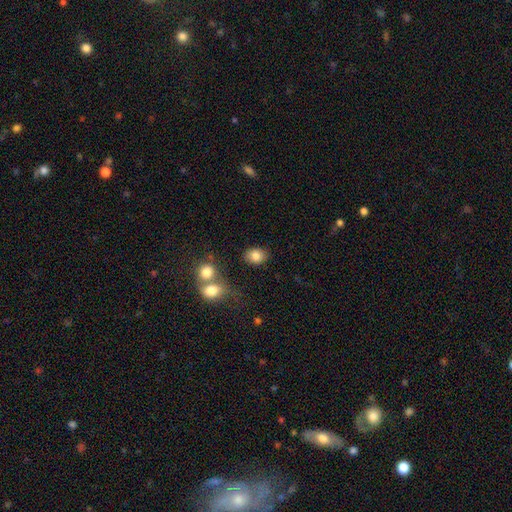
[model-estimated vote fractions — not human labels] The model was most divided on "how rounded": in between: 59%, round: 40%, cigar-shaped: 1%. More confident: smooth or featured — smooth (84%); merging — none (79%).